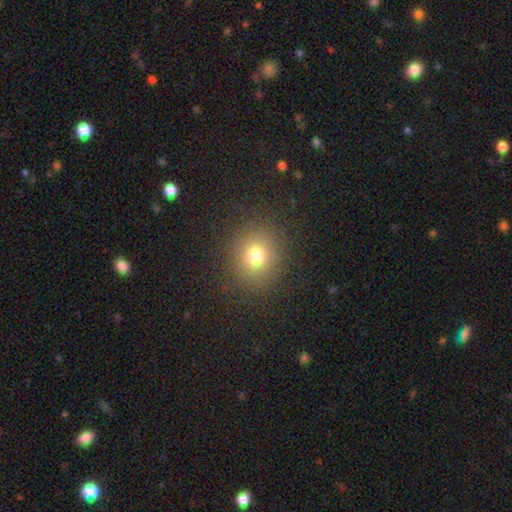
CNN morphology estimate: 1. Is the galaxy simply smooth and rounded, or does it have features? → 74% smooth, 17% star or artifact, 9% featured or disk.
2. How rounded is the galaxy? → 80% round, 19% in between, 1% cigar-shaped.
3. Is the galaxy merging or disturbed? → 87% none, 8% minor disturbance, 4% major disturbance, 1% merger.